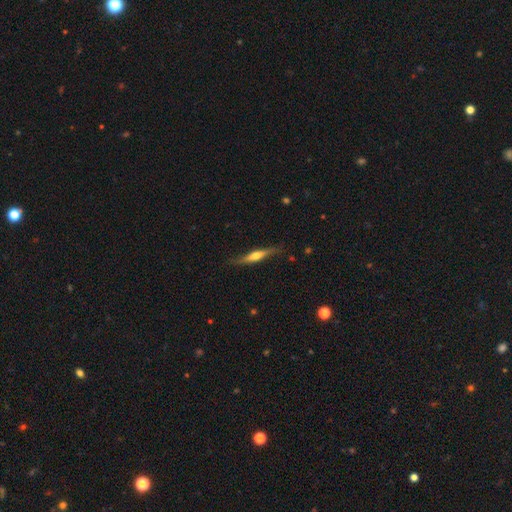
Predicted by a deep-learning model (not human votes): Smooth or featured? featured or disk (61%)
Edge-on disk? yes (95%)
Edge-on bulge? rounded (79%)
Merging? none (80%)